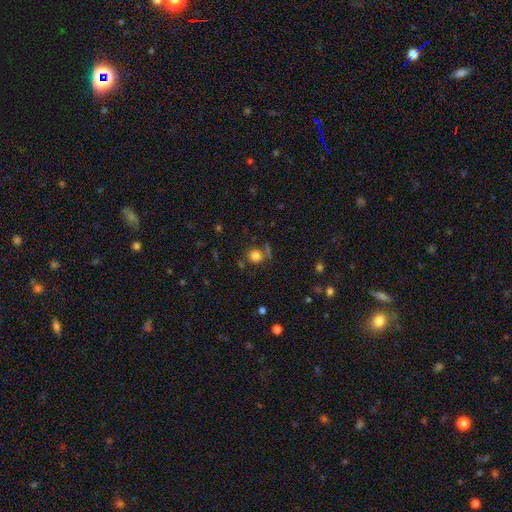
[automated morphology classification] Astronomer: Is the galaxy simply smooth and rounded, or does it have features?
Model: smooth — 80%.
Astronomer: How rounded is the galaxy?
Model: round — 87%.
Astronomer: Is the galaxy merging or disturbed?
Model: none — 72%.